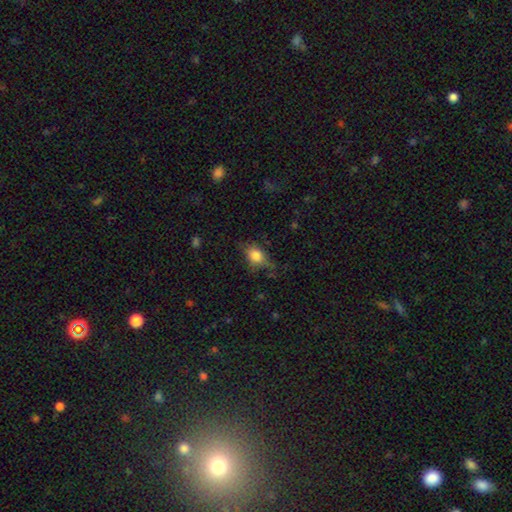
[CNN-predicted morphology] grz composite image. It shows a smooth galaxy with no disk features (79%) that is in between round and cigar-shaped (64%). Merging: none (60%).